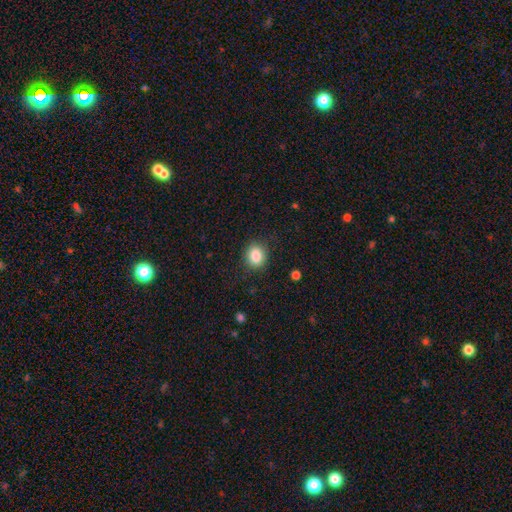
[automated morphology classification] Q: Smooth or featured?
A: smooth (85%); runner-up: star or artifact (9%)
Q: How rounded?
A: round (60%); runner-up: in between (39%)
Q: Merging?
A: none (84%); runner-up: minor disturbance (11%)